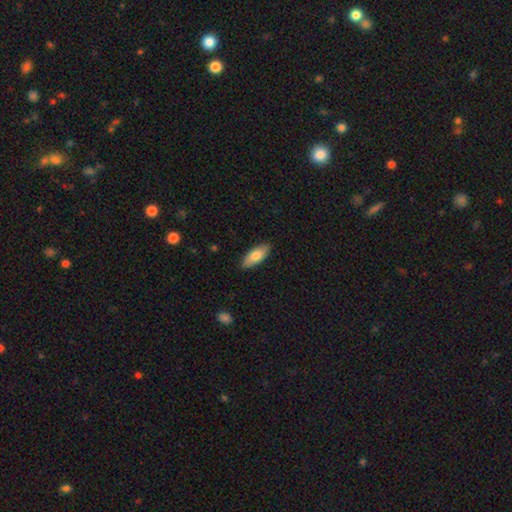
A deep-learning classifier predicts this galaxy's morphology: Q: Smooth or featured?
A: smooth (80%); runner-up: featured or disk (15%)
Q: How rounded?
A: in between (82%); runner-up: cigar-shaped (16%)
Q: Merging?
A: none (87%); runner-up: minor disturbance (10%)